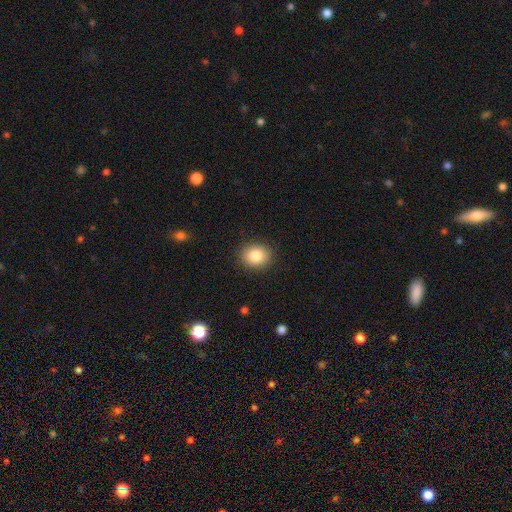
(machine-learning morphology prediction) The model was most divided on "how rounded": round: 60%, in between: 39%, cigar-shaped: 1%. More confident: merging — none (89%); smooth or featured — smooth (85%).